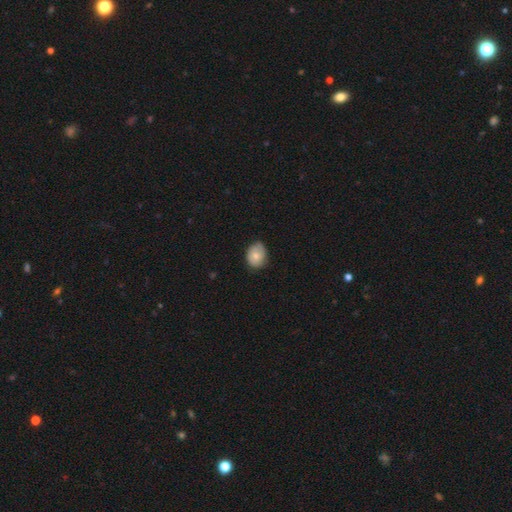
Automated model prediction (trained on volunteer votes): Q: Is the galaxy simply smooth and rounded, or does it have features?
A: smooth — 73%.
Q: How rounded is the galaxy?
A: in between — 51%.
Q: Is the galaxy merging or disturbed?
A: none — 65%.